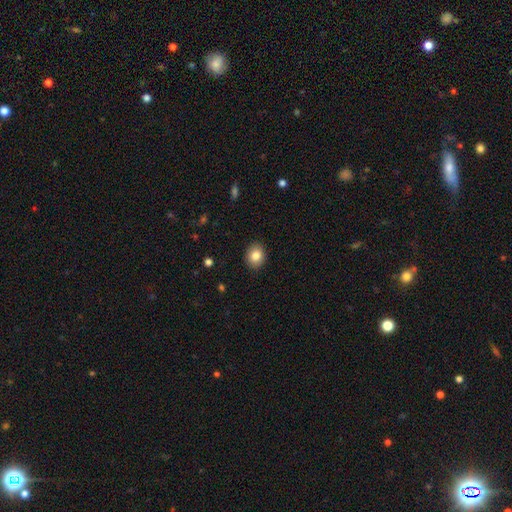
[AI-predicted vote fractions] This appears to be a smooth galaxy with no disk features (84%) that is round (55%). Merging: none (90%).